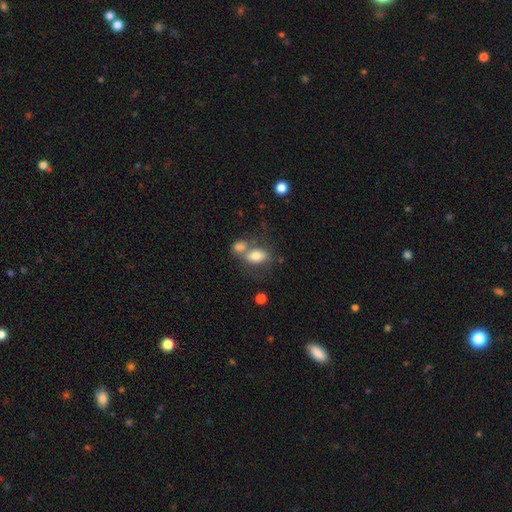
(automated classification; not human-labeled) Smooth or featured? Predicted: smooth (p=0.75). How rounded? Predicted: in between (p=0.82). Merging? Predicted: merger (p=0.45).